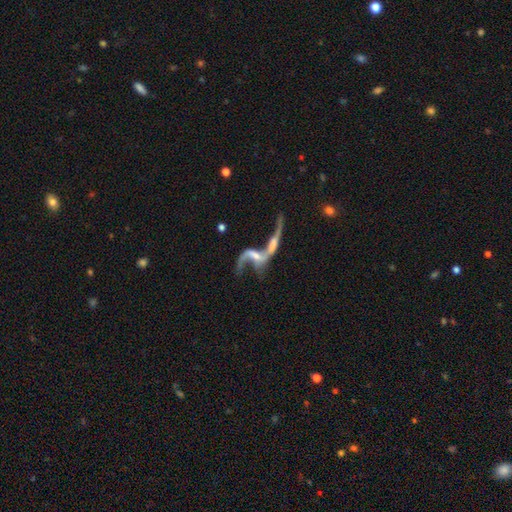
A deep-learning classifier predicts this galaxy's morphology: A featured or disk galaxy (78%) with no bar (48%), 2 (77%) loose (91%) spiral arms (77%) and a small central bulge (39%). Merging: merger (59%).